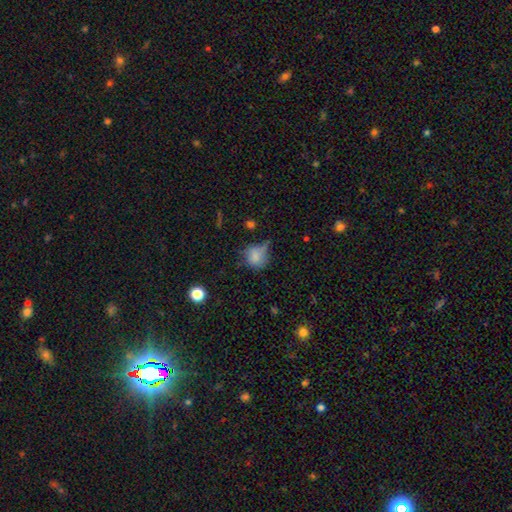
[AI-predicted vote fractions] Morphology: type=smooth (75%); roundness=round (74%); merging=none (45%).